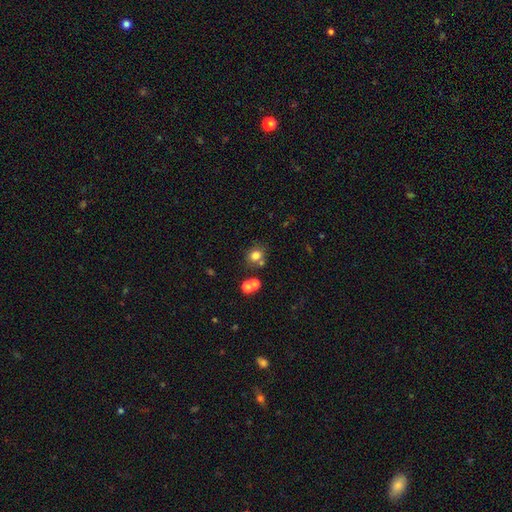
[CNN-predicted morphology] The model was most divided on "how rounded": round: 68%, in between: 31%, cigar-shaped: 1%. More confident: smooth or featured — smooth (76%); merging — none (66%).